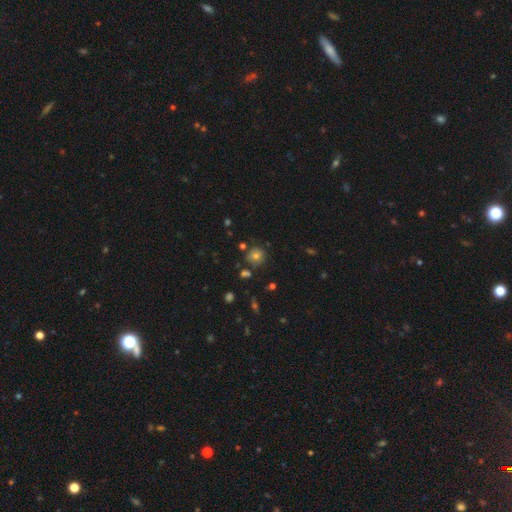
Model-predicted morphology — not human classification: The model was most divided on "smooth or featured": smooth: 71%, star or artifact: 16%, featured or disk: 13%. More confident: how rounded — round (90%); merging — none (78%).